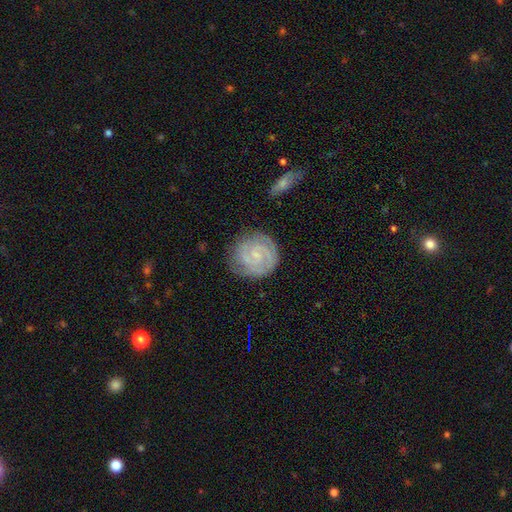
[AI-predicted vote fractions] Smooth or featured?
  - featured or disk: 81% *
  - smooth: 13%
  - star or artifact: 6%
Edge-on disk?
  - no: 98% *
  - yes: 2%
Bar?
  - no: 58% *
  - weak: 35%
  - strong: 6%
Spiral arms?
  - yes: 96% *
  - no: 4%
Spiral winding?
  - tight: 70% *
  - medium: 25%
  - loose: 5%
Spiral arm count?
  - 2: 48% *
  - 3: 19%
  - can't tell: 19%
  - 4: 5%
  - 1: 4%
  - more than 4: 4%
Bulge size?
  - small: 76% *
  - none: 12%
  - moderate: 10%
  - large: 1%
  - dominant: 1%
Merging?
  - none: 79% *
  - minor disturbance: 15%
  - major disturbance: 5%
  - merger: 2%